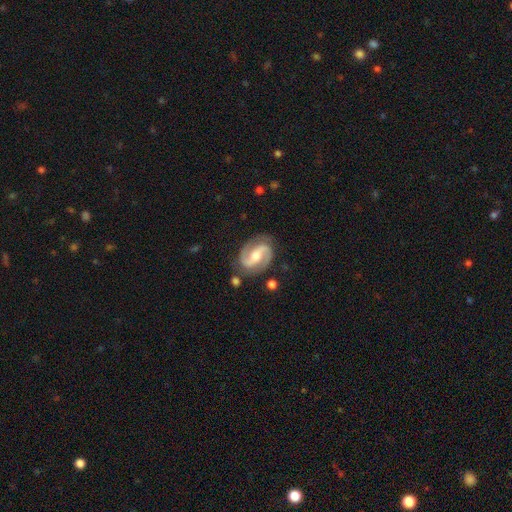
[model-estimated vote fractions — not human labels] Morphology: type=featured or disk (90%); edge-on=no (98%); bar=strong (39%); spiral arms=yes (98%); winding=medium (55%); arm count=2 (94%); bulge=moderate (64%); merging=none (82%).